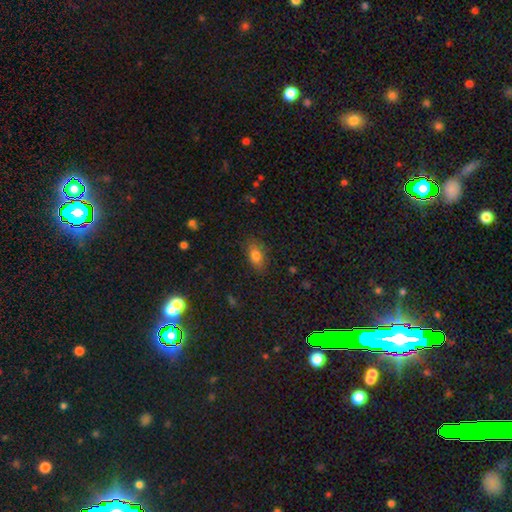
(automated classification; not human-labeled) Overall: smooth (80%). How rounded: in between (86%). Merging: none (83%).